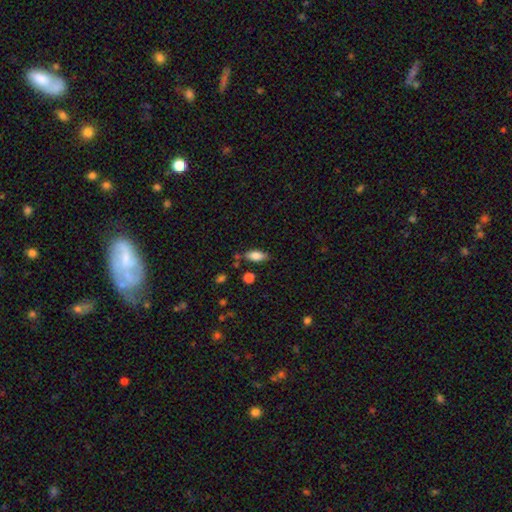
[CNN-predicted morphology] The model was most divided on "merging": none: 73%, minor disturbance: 17%, merger: 6%, major disturbance: 4%. More confident: how rounded — in between (84%); smooth or featured — smooth (81%).